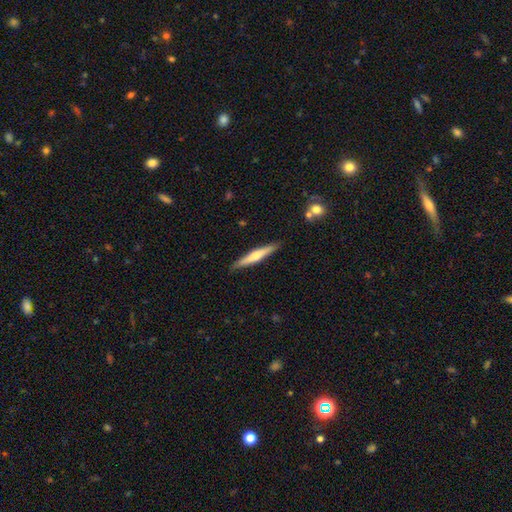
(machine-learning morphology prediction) A featured or disk galaxy (51%) viewed edge-on (96%).

Vote fractions:
- Smooth or featured? featured or disk: 51% / smooth: 44% / star or artifact: 5%
- Edge-on disk? yes: 96% / no: 4%
- Merging? none: 89% / minor disturbance: 8% / major disturbance: 1% / merger: 1%